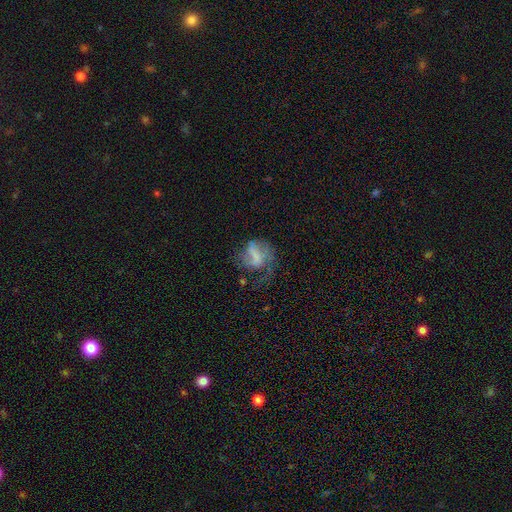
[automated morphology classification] smooth_or_featured: featured or disk (p=0.51) [alt: smooth p=0.38]
disk_edge_on: no (p=0.96) [alt: yes p=0.04]
merging: major disturbance (p=0.45) [alt: none p=0.30]